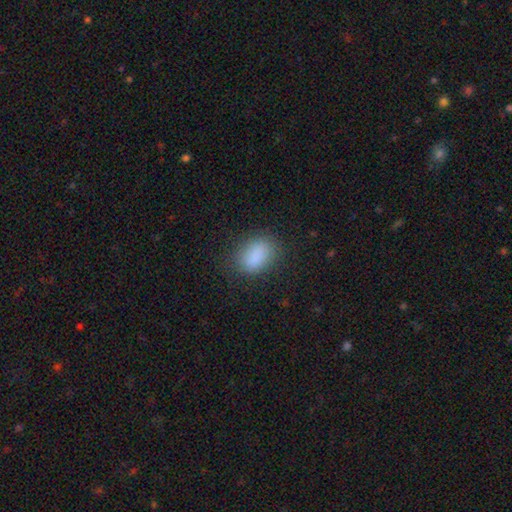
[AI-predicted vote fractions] This appears to be a smooth galaxy with no disk features (87%) that is in between round and cigar-shaped (83%). Merging: none (82%).